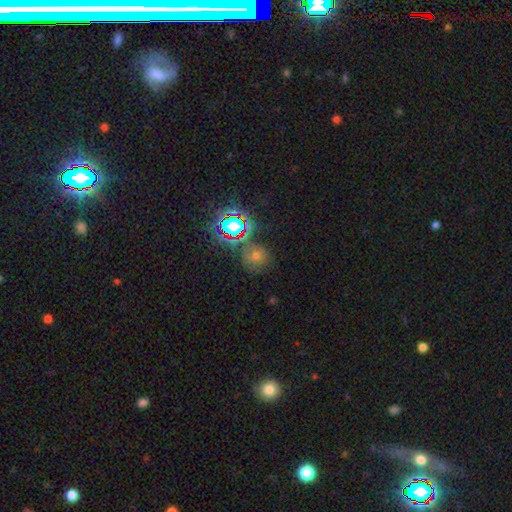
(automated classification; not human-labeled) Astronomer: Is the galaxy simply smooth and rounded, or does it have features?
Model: smooth — 49% (runner-up: star or artifact, 35%).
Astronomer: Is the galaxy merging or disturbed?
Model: none — 72%.